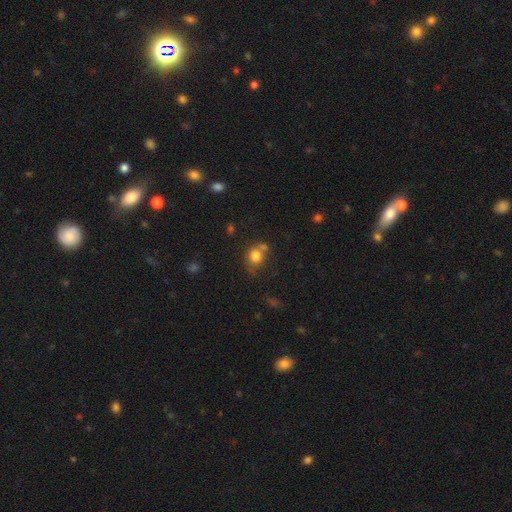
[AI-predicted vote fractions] Smooth or featured?
  - smooth: 79% *
  - star or artifact: 12%
  - featured or disk: 10%
How rounded?
  - round: 73% *
  - in between: 26%
  - cigar-shaped: 1%
Merging?
  - none: 50% *
  - merger: 25%
  - minor disturbance: 17%
  - major disturbance: 8%